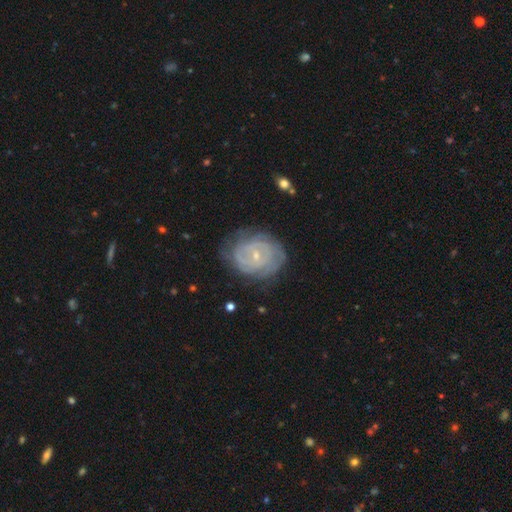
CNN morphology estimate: The model was most divided on "spiral arm count": can't tell: 39%, 2: 27%, 3: 14%, 4: 9%, more than 4: 5%, 1: 5%. More confident: edge-on disk — no (97%); spiral arms — yes (93%); smooth or featured — featured or disk (81%); bulge size — small (78%); spiral winding — tight (75%); merging — none (74%); bar — no (58%).